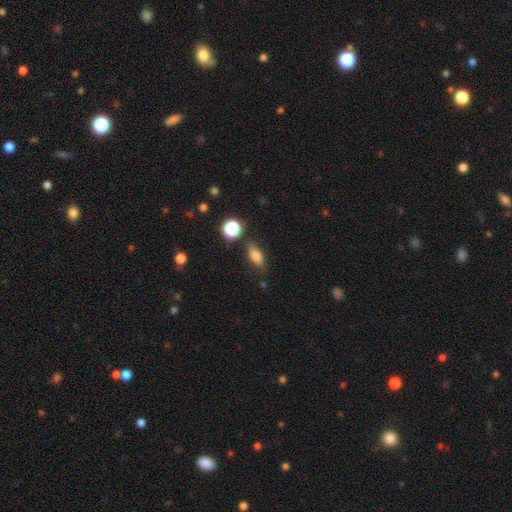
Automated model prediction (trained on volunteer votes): Smooth or featured?
  - smooth: 79% *
  - star or artifact: 11%
  - featured or disk: 10%
How rounded?
  - in between: 79% *
  - cigar-shaped: 12%
  - round: 9%
Merging?
  - none: 74% *
  - minor disturbance: 17%
  - major disturbance: 5%
  - merger: 4%